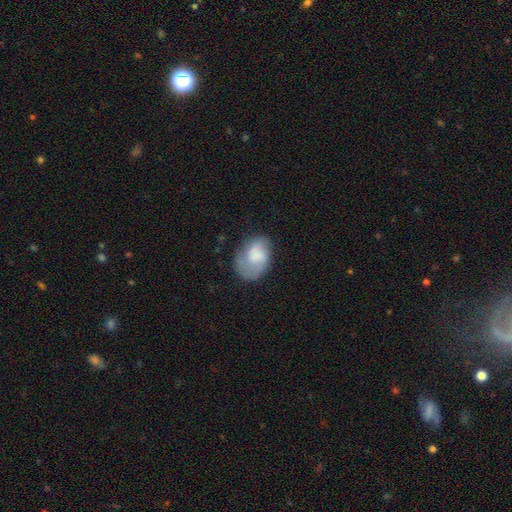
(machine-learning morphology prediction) Q: Smooth or featured?
A: smooth (60%); runner-up: featured or disk (32%)
Q: How rounded?
A: in between (76%); runner-up: round (23%)
Q: Merging?
A: none (48%); runner-up: minor disturbance (30%)